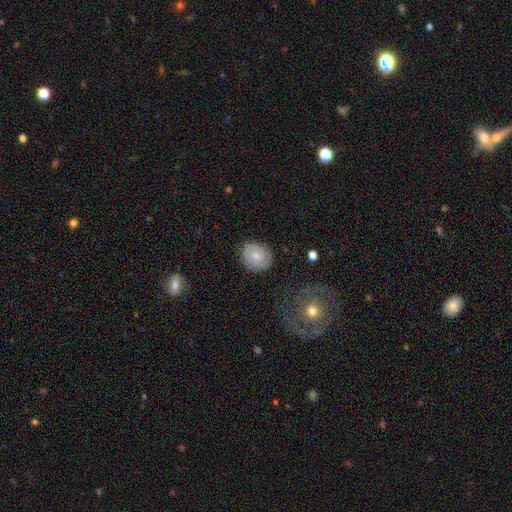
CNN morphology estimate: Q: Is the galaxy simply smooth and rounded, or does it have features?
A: smooth — 62%.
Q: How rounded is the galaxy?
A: round — 75%.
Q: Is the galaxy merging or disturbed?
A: none — 82%.